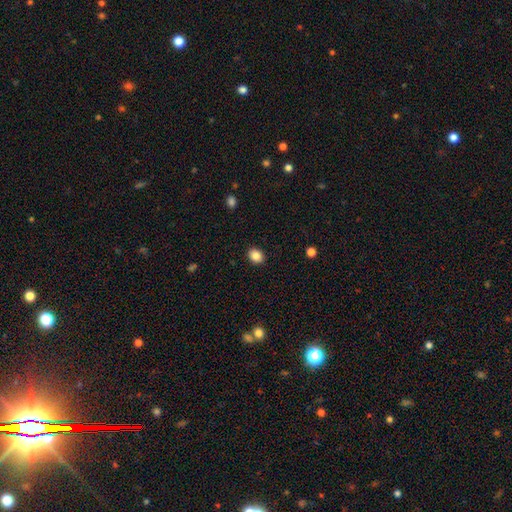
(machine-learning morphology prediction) type=smooth (87%); roundness=in between (50%); merging=none (90%).